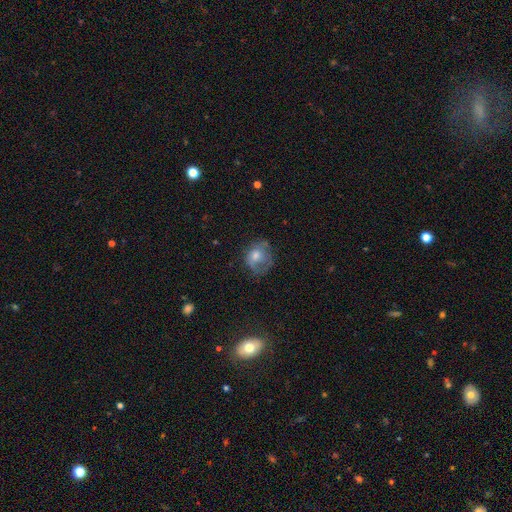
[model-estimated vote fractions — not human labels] Q: Smooth or featured?
A: smooth (56%); runner-up: featured or disk (34%)
Q: How rounded?
A: round (65%); runner-up: in between (34%)
Q: Merging?
A: none (50%); runner-up: minor disturbance (28%)